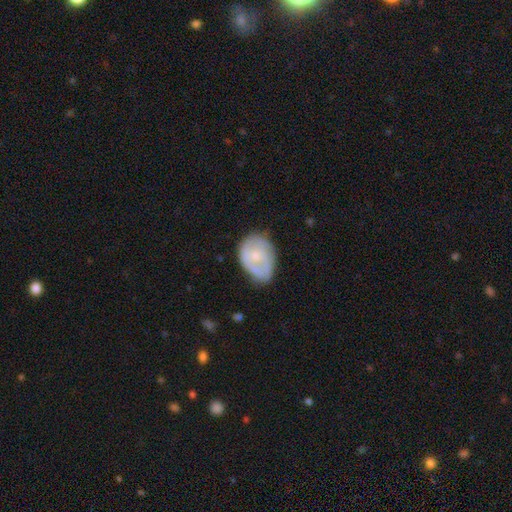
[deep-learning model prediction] Smooth or featured? smooth (49%)
Merging? none (50%)